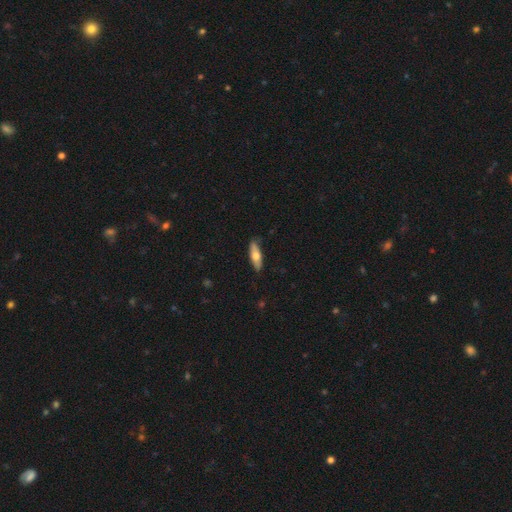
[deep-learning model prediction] Smooth or featured?
  - smooth: 60% *
  - featured or disk: 35%
  - star or artifact: 6%
How rounded?
  - cigar-shaped: 54% *
  - in between: 44%
  - round: 2%
Merging?
  - none: 86% *
  - minor disturbance: 11%
  - major disturbance: 2%
  - merger: 1%